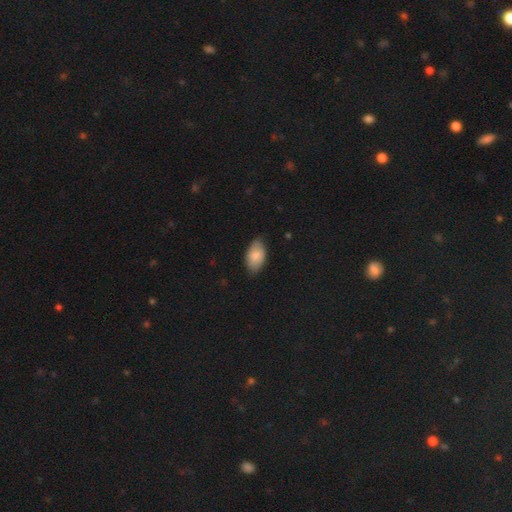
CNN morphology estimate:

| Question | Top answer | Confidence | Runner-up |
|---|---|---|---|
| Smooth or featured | smooth | 83% | featured or disk (11%) |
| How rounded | in between | 94% | round (4%) |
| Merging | none | 77% | minor disturbance (19%) |